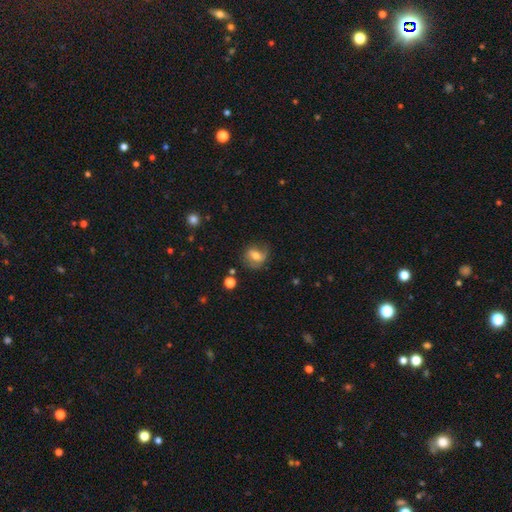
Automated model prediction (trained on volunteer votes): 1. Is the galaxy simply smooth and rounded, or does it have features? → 45% featured or disk, 44% smooth, 10% star or artifact.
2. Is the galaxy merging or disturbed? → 60% none, 24% minor disturbance, 14% major disturbance, 3% merger.